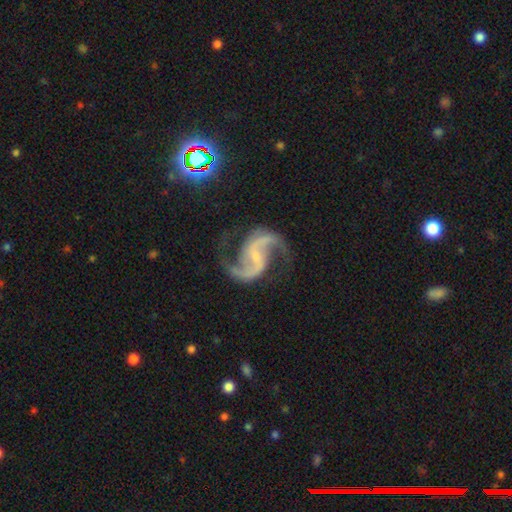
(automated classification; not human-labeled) A featured or disk galaxy (93%) with a weak bar (44%), 2 (94%) loose (51%) spiral arms (98%) and a small central bulge (68%).

Vote fractions:
- Smooth or featured? featured or disk: 93% / star or artifact: 5% / smooth: 2%
- Edge-on disk? no: 98% / yes: 2%
- Bar? weak: 44% / no: 35% / strong: 22%
- Spiral arms? yes: 98% / no: 2%
- Spiral winding? loose: 51% / medium: 43% / tight: 6%
- Spiral arm count? 2: 94% / can't tell: 1% / 3: 1% / 1: 1% / 4: 1% / more than 4: 1%
- Bulge size? small: 68% / none: 16% / moderate: 13% / large: 1% / dominant: 1%
- Merging? none: 77% / minor disturbance: 14% / major disturbance: 7% / merger: 2%